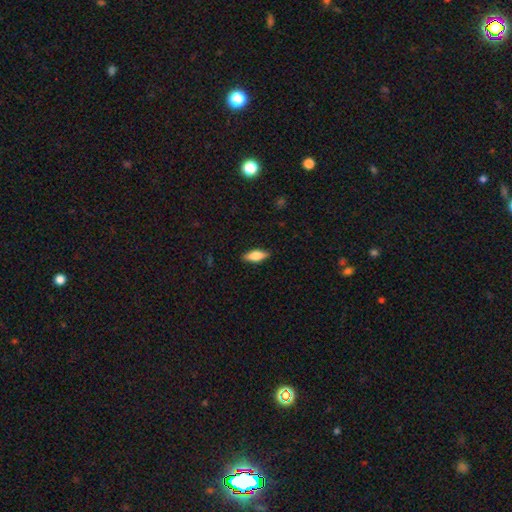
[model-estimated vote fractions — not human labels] This is likely a smooth galaxy (63%). How rounded: likely in between (71%). Merging: clearly none (88%).